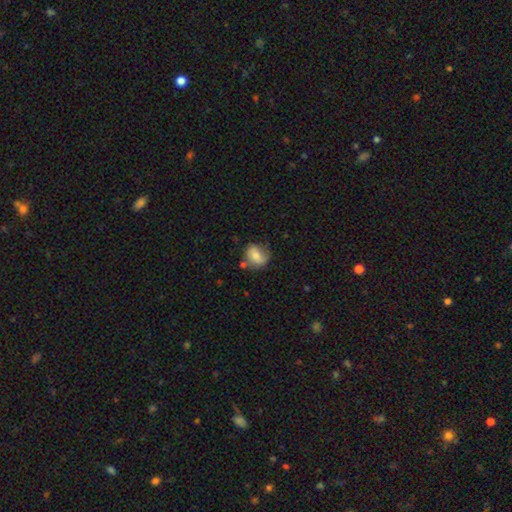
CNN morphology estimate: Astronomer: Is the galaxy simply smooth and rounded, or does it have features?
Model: smooth — 64%.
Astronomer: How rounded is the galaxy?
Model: round — 58% (runner-up: in between, 41%).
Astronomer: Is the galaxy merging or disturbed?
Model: none — 55%.